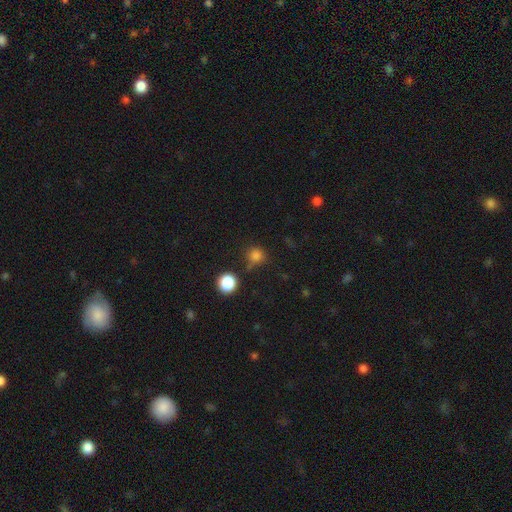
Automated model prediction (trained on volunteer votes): Q: Smooth or featured?
A: smooth (77%); runner-up: star or artifact (19%)
Q: How rounded?
A: round (92%); runner-up: in between (7%)
Q: Merging?
A: none (74%); runner-up: minor disturbance (13%)